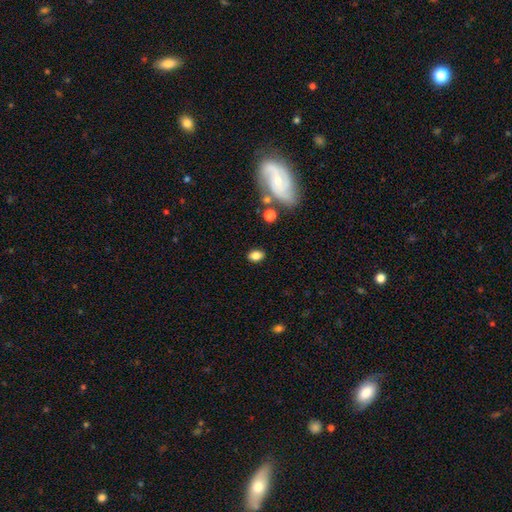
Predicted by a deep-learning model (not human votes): Overall: smooth (82%). How rounded: in between (77%). Merging: none (83%).